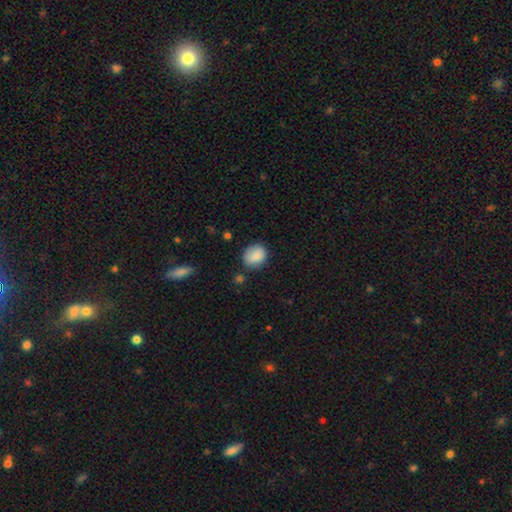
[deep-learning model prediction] Smooth or featured? smooth (86%)
How rounded? round (59%)
Merging? none (71%)